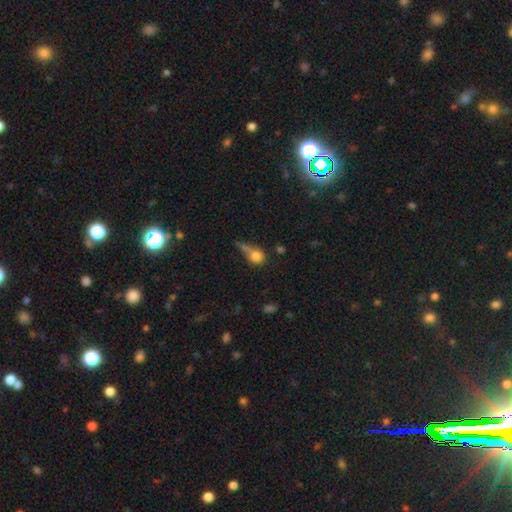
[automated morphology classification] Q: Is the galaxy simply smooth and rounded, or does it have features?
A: smooth — 75%.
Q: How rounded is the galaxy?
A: round — 67%.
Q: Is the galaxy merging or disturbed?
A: none — 33%.